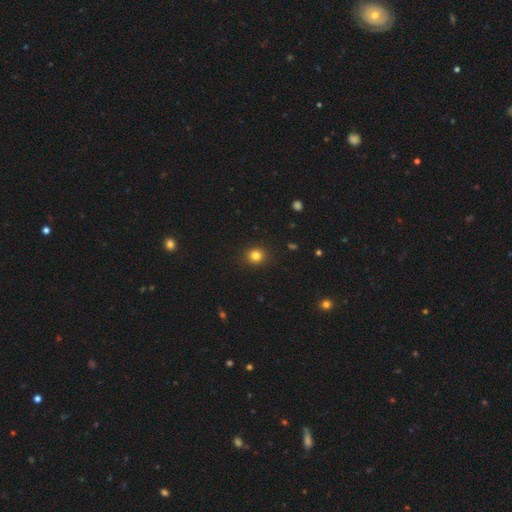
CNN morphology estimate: smooth 82%, star or artifact 13%, featured or disk 5%. Down the decision tree: how rounded — round (86%); merging — none (91%).